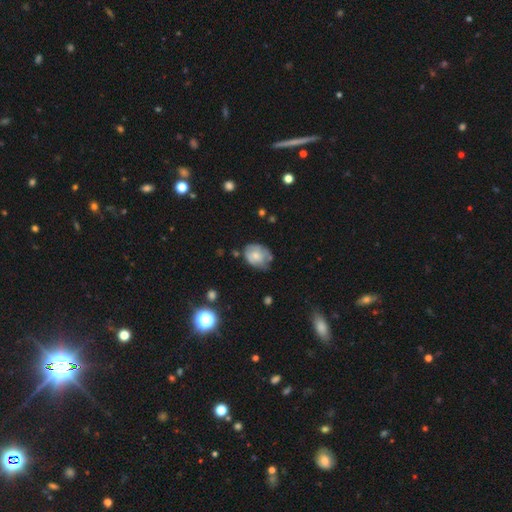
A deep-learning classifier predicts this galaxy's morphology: type=smooth (60%); roundness=in between (50%); merging=none (49%).